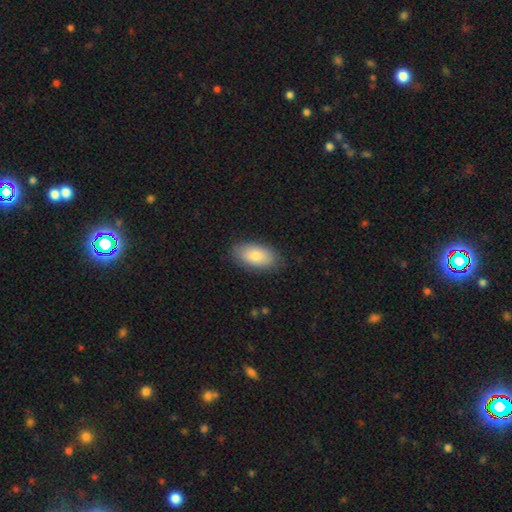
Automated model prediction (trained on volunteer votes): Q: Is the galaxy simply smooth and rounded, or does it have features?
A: smooth — 80%.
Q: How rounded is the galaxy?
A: in between — 93%.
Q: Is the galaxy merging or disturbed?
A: none — 81%.